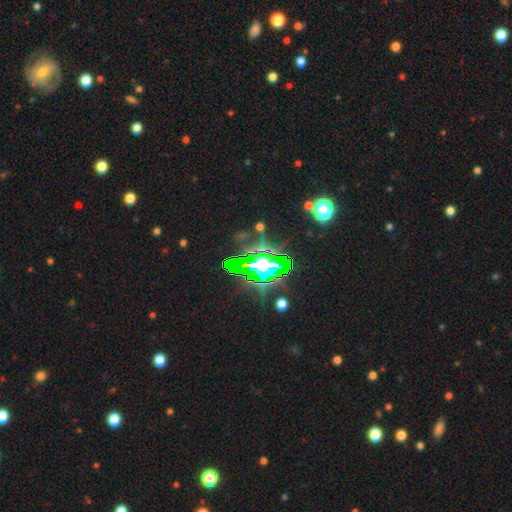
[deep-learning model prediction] Smooth or featured: star or artifact — 80% (smooth — 10%)